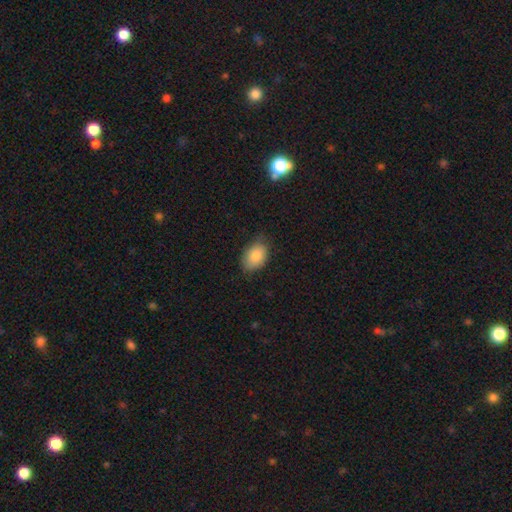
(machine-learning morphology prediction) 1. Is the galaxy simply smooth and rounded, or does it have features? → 85% smooth, 8% featured or disk, 7% star or artifact.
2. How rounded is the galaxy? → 85% in between, 14% round, 1% cigar-shaped.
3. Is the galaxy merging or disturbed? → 73% none, 22% minor disturbance, 4% major disturbance, 1% merger.